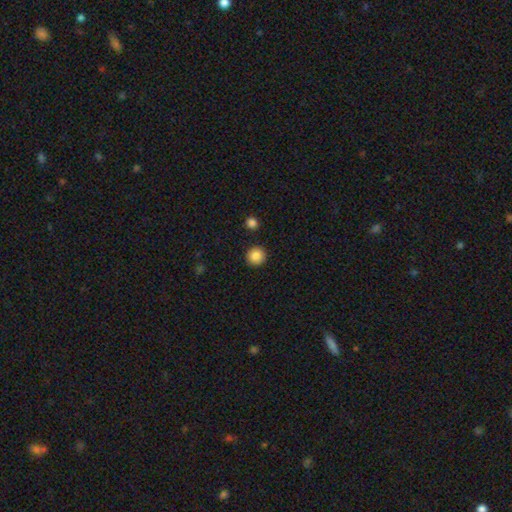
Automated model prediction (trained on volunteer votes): Smooth or featured: smooth — 87% (star or artifact — 9%)
How rounded: round — 95% (in between — 4%)
Merging: none — 92% (minor disturbance — 5%)